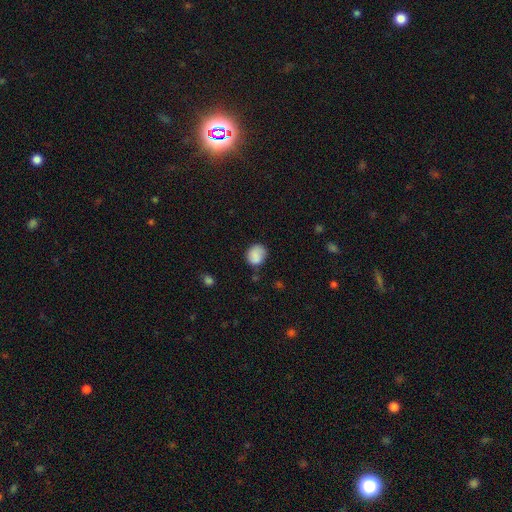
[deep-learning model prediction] A smooth galaxy with no disk features (85%) that is round (64%).

Vote fractions:
- Smooth or featured? smooth: 85% / star or artifact: 8% / featured or disk: 7%
- How rounded? round: 64% / in between: 35% / cigar-shaped: 1%
- Merging? none: 68% / minor disturbance: 23% / major disturbance: 6% / merger: 3%